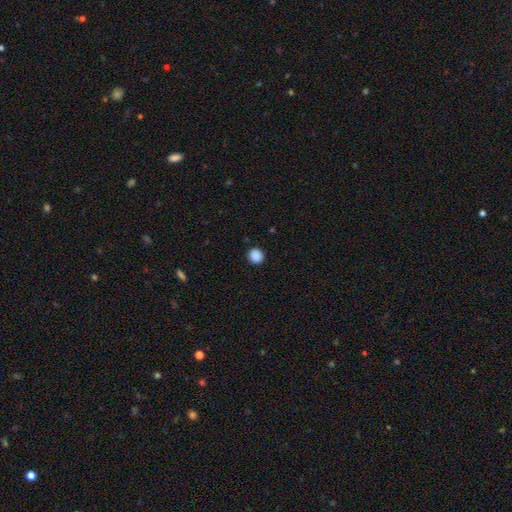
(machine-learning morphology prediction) Smooth or featured? smooth (88%)
How rounded? round (88%)
Merging? none (91%)